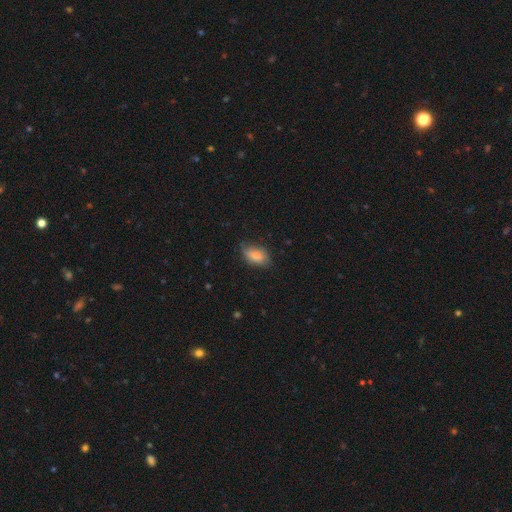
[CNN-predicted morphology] smooth-or-featured: smooth: 83% | featured or disk: 10% | star or artifact: 7%
  how-rounded: in between: 91% | round: 5% | cigar-shaped: 4%
  merging: none: 73% | minor disturbance: 22% | major disturbance: 4% | merger: 1%